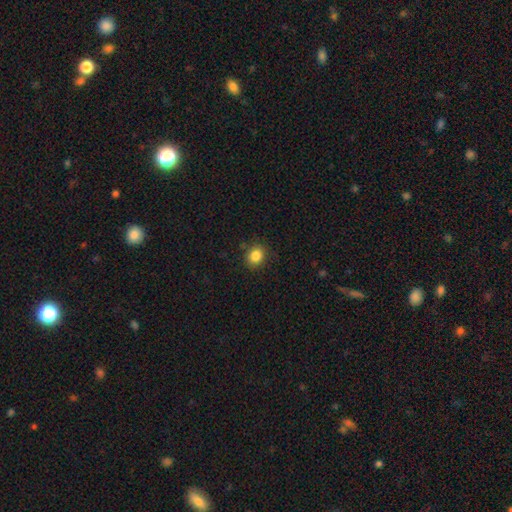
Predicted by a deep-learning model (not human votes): Smooth or featured: smooth — 85% (star or artifact — 11%)
How rounded: round — 69% (in between — 30%)
Merging: none — 87% (minor disturbance — 9%)